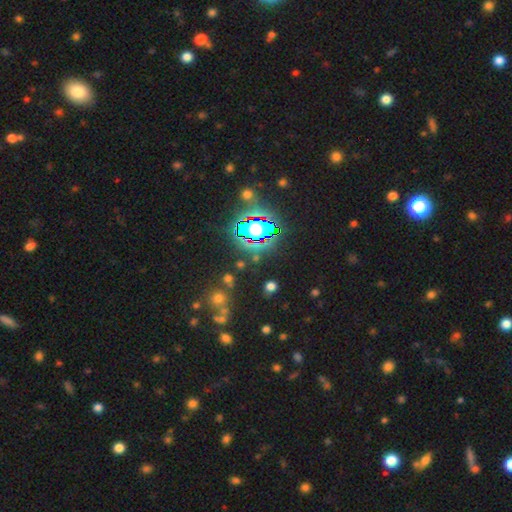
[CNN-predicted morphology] This is likely a star or artifact rather than a galaxy (68%).